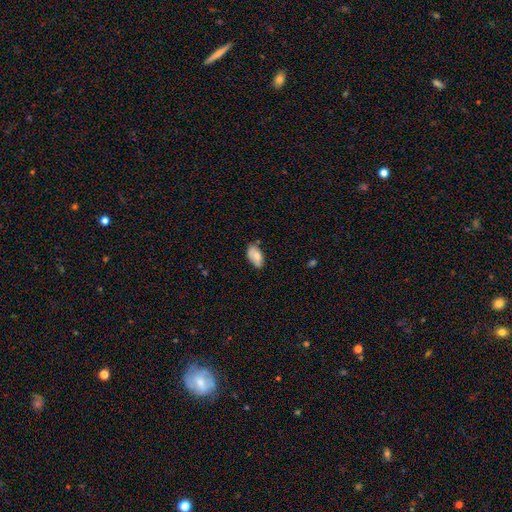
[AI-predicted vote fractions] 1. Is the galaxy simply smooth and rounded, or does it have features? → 75% smooth, 18% featured or disk, 7% star or artifact.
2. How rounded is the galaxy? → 94% in between, 3% round, 3% cigar-shaped.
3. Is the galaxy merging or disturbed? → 66% none, 27% minor disturbance, 5% major disturbance, 3% merger.